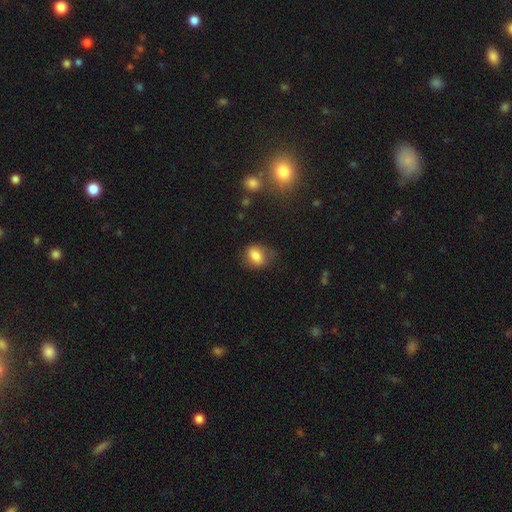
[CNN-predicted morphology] The model was most divided on "how rounded": in between: 66%, round: 33%, cigar-shaped: 2%. More confident: smooth or featured — smooth (80%); merging — none (64%).